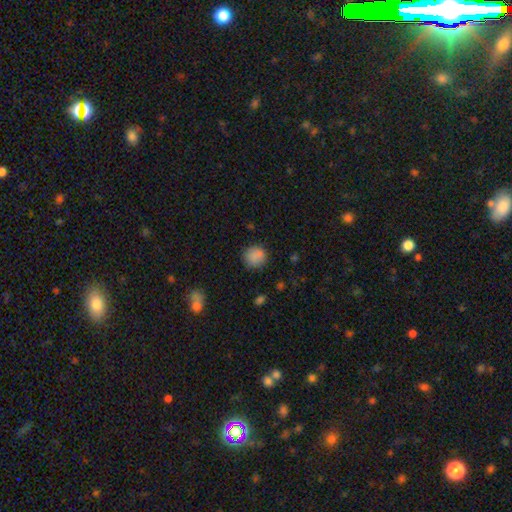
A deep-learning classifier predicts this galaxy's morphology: This appears to be a smooth galaxy with no disk features (86%) that is round (89%). Merging: none (85%).